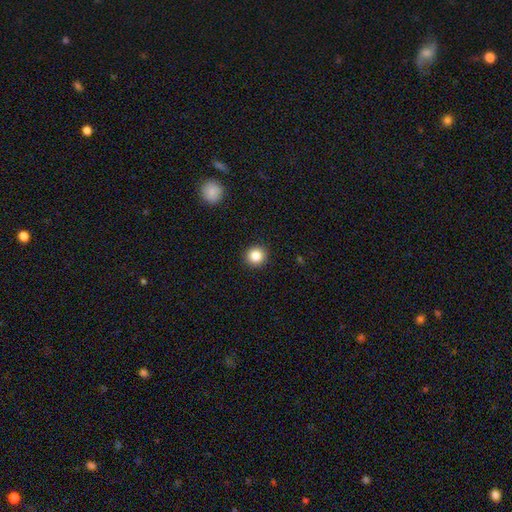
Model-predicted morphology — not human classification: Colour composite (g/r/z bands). It shows a smooth galaxy with no disk features (85%) that is round (93%). Merging: none (92%).